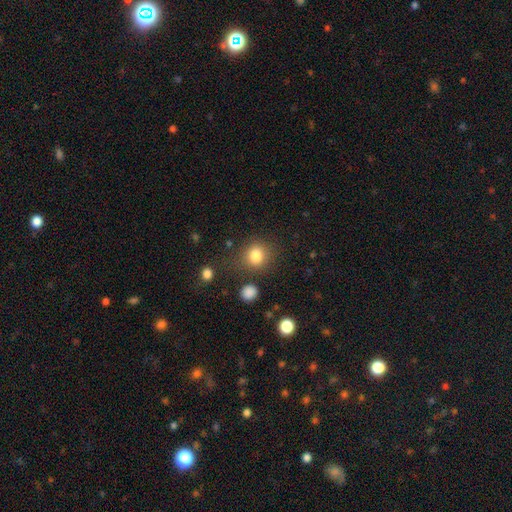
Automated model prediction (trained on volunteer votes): smooth 83%, star or artifact 11%, featured or disk 6%. Down the decision tree: how rounded — round (81%); merging — none (78%).